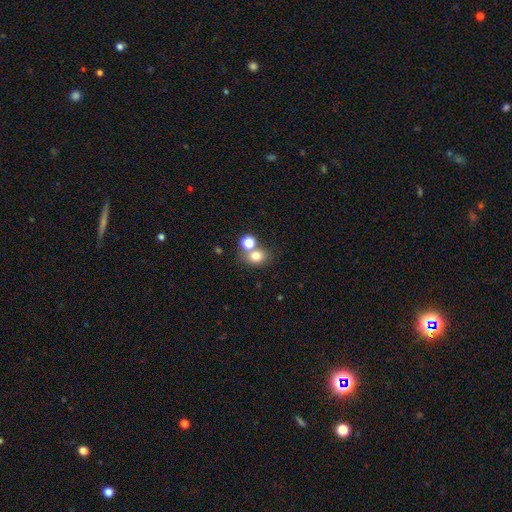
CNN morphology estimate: smooth-or-featured: smooth: 77% | star or artifact: 14% | featured or disk: 9%
  how-rounded: round: 61% | in between: 38% | cigar-shaped: 1%
  merging: none: 55% | merger: 32% | minor disturbance: 9% | major disturbance: 4%